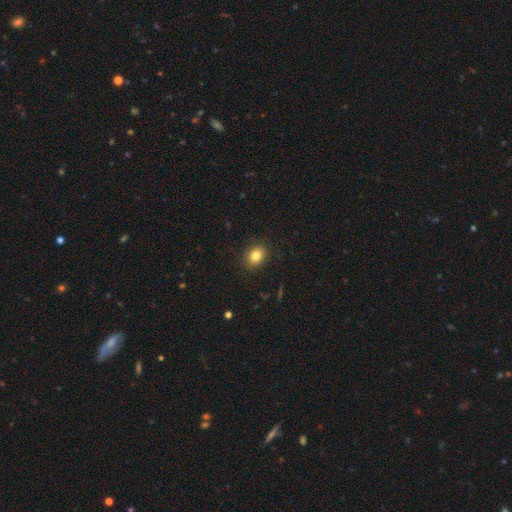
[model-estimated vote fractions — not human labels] The model was most divided on "how rounded": in between: 51%, round: 48%, cigar-shaped: 1%. More confident: merging — none (87%); smooth or featured — smooth (83%).